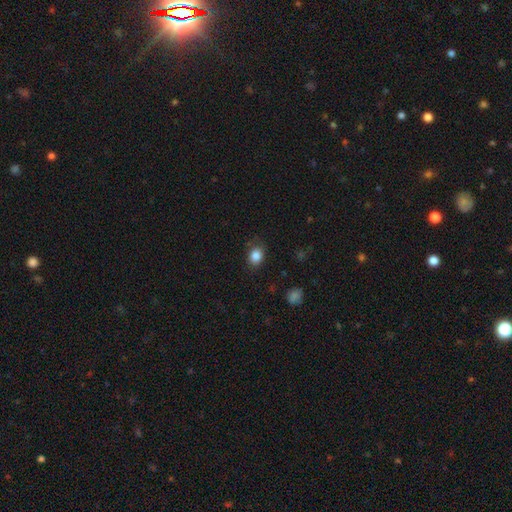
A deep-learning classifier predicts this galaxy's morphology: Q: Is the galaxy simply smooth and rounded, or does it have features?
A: smooth — 85%.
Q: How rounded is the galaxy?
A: round — 53%.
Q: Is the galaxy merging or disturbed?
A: none — 80%.